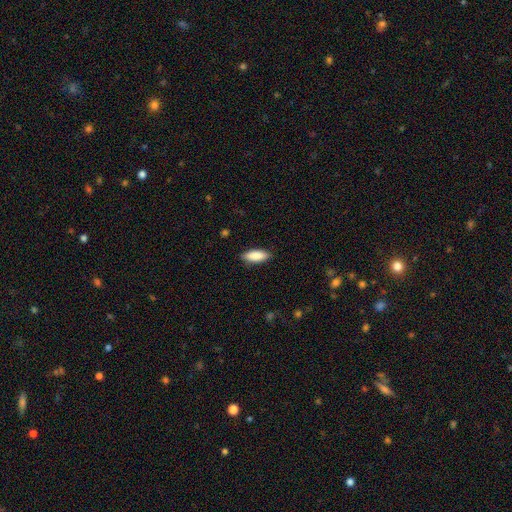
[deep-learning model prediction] Overall: smooth (88%). How rounded: in between (76%). Merging: none (87%).